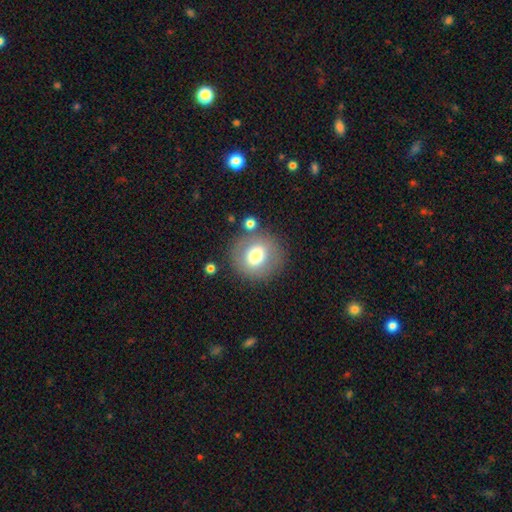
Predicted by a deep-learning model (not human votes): Smooth or featured? smooth (70%)
How rounded? round (90%)
Merging? none (81%)